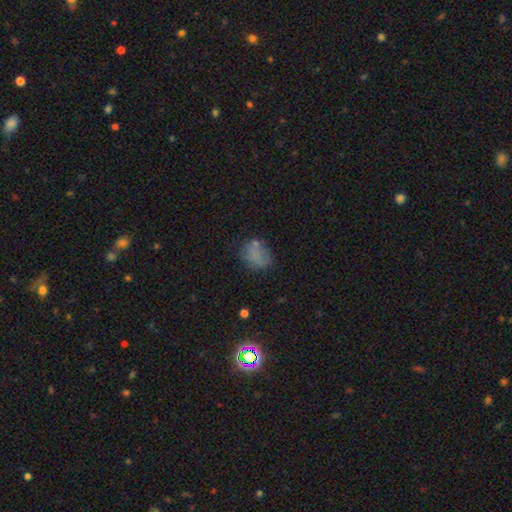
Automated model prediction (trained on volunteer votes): Overall: smooth (70%). How rounded: in between (52%; round 47%). Merging: none (59%; minor disturbance 23%).